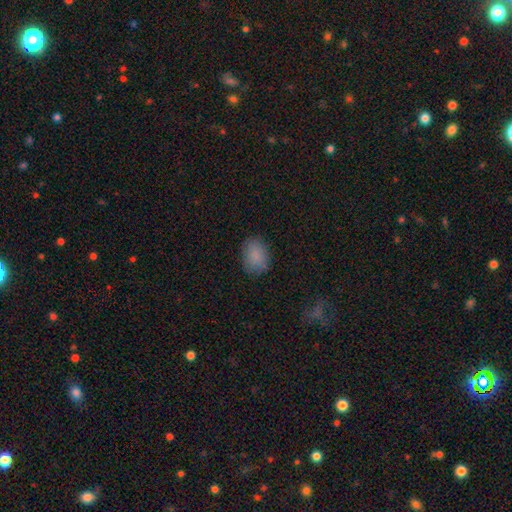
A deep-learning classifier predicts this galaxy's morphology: Smooth or featured?
  - smooth: 86% *
  - star or artifact: 9%
  - featured or disk: 5%
How rounded?
  - in between: 73% *
  - round: 26%
  - cigar-shaped: 1%
Merging?
  - none: 82% *
  - minor disturbance: 14%
  - major disturbance: 3%
  - merger: 1%